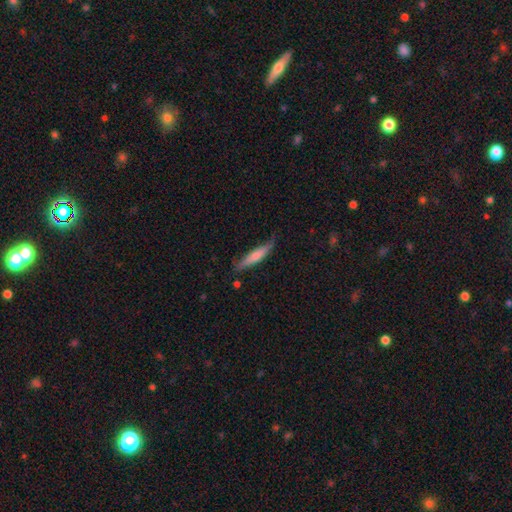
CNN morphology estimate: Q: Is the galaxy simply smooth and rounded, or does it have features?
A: smooth — 64%.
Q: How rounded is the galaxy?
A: cigar-shaped — 87%.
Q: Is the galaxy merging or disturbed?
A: none — 68%.